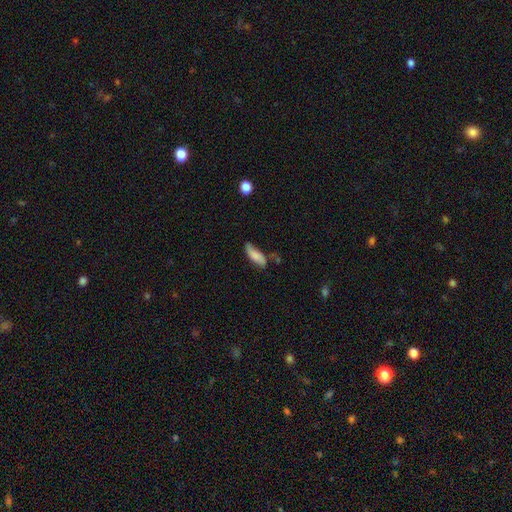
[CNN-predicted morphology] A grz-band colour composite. It shows a smooth galaxy with no disk features (73%) that is in between round and cigar-shaped (61%). Merging: none (56%).